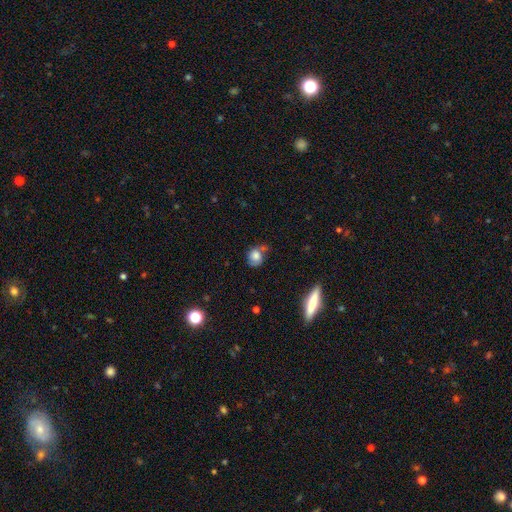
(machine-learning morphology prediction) type=smooth (70%); roundness=round (61%); merging=none (45%).